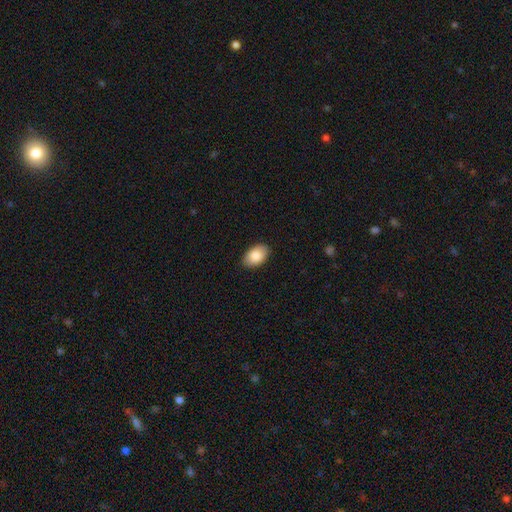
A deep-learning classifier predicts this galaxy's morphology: Smooth or featured: smooth — 88% (star or artifact — 6%)
How rounded: in between — 92% (round — 7%)
Merging: none — 87% (minor disturbance — 10%)